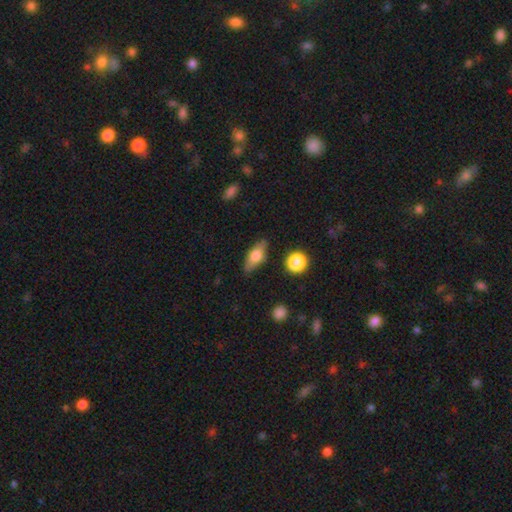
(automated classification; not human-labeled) Overall: smooth (63%; featured or disk 29%). How rounded: in between (70%). Merging: none (81%).